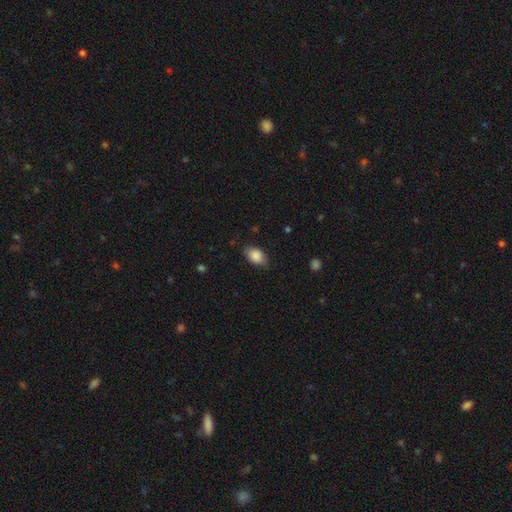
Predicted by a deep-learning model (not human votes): Overall: smooth (88%). How rounded: in between (88%). Merging: none (78%).